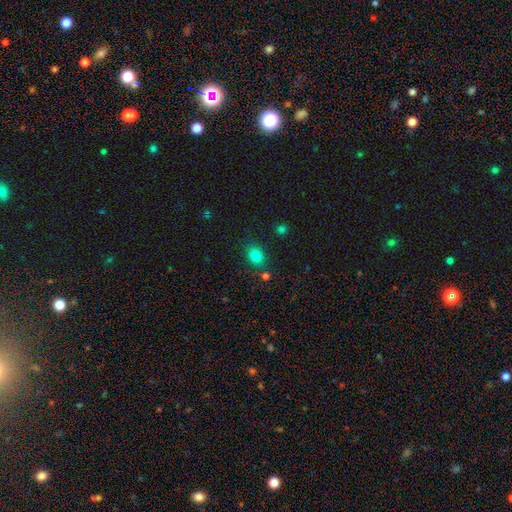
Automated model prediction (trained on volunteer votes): A smooth galaxy with no disk features (82%) that is in between round and cigar-shaped (57%).

Vote fractions:
- Smooth or featured? smooth: 82% / star or artifact: 12% / featured or disk: 6%
- How rounded? in between: 57% / round: 42% / cigar-shaped: 1%
- Merging? none: 79% / minor disturbance: 12% / merger: 5% / major disturbance: 3%